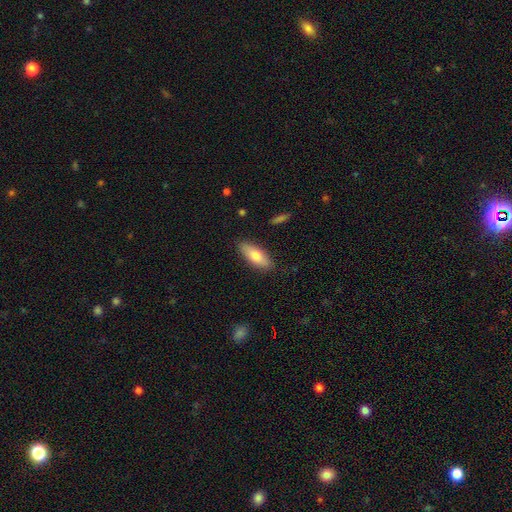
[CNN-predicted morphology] This is likely a smooth galaxy (74%). How rounded: likely in between (73%). Merging: clearly none (86%).